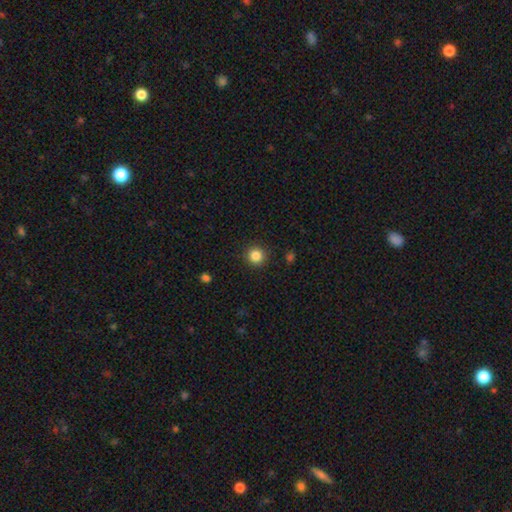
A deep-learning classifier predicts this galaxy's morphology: Overall: smooth (85%). How rounded: round (94%). Merging: none (91%).